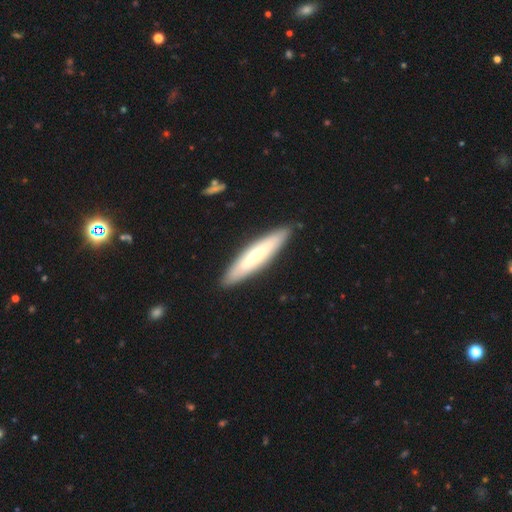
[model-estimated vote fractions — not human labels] Smooth or featured? Predicted: smooth (p=0.58). How rounded? Predicted: cigar-shaped (p=0.82). Merging? Predicted: none (p=0.89).